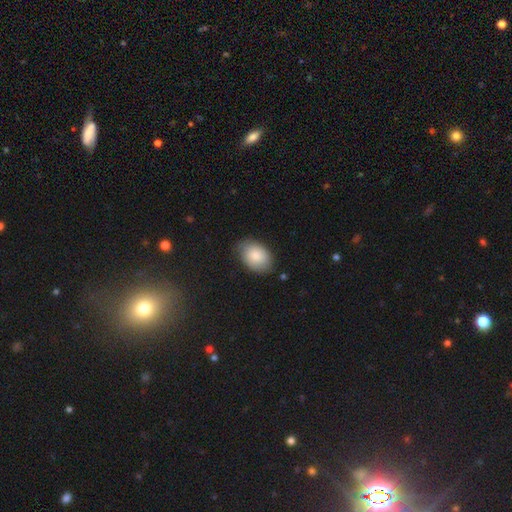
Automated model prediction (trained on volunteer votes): A smooth galaxy with no disk features (83%) that is in between round and cigar-shaped (84%).

Vote fractions:
- Smooth or featured? smooth: 83% / featured or disk: 11% / star or artifact: 6%
- How rounded? in between: 84% / round: 15% / cigar-shaped: 1%
- Merging? none: 74% / minor disturbance: 21% / major disturbance: 4% / merger: 2%